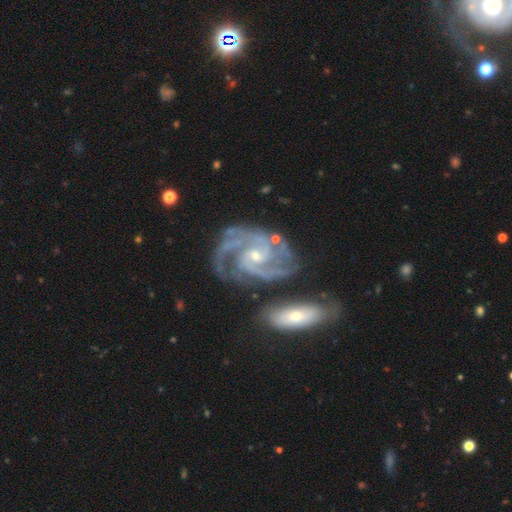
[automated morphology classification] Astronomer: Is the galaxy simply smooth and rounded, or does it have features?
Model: featured or disk — 93%.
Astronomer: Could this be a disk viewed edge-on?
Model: no — 98%.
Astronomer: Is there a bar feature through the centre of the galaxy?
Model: no — 54% (runner-up: weak, 33%).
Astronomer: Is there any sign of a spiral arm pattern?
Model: yes — 99%.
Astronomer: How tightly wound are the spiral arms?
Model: tight — 49% (runner-up: medium, 45%).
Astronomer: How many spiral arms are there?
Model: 3 — 40% (runner-up: 2, 32%).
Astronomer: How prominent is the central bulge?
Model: small — 70%.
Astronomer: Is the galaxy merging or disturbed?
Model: none — 62%.